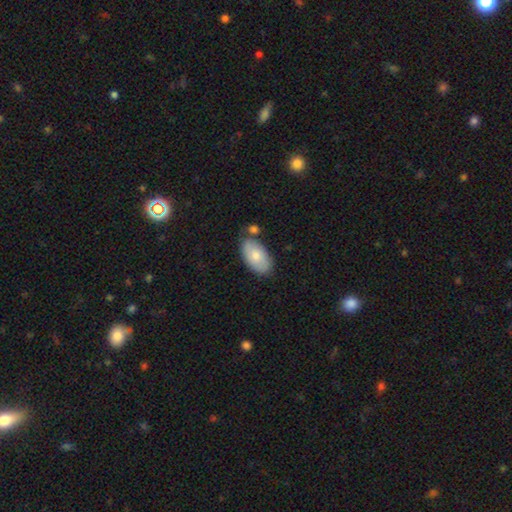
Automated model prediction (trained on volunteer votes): Morphology: type=smooth (76%); roundness=in between (95%); merging=none (69%).